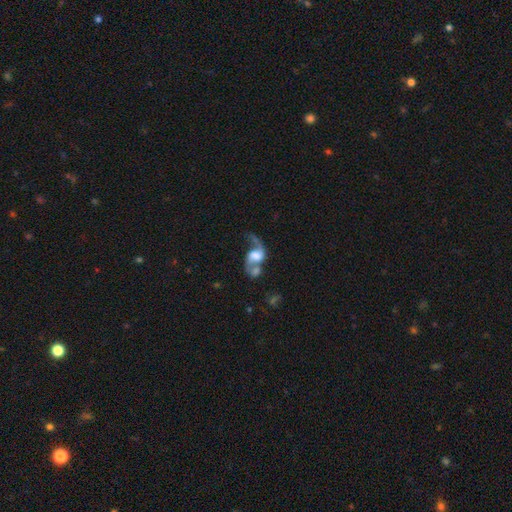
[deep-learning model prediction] smooth-or-featured: featured or disk: 72% | smooth: 20% | star or artifact: 8%
  disk-edge-on: no: 96% | yes: 4%
    bar: no: 50% | weak: 37% | strong: 13%
    has-spiral-arms: yes: 87% | no: 13%
      spiral-winding: loose: 76% | medium: 20% | tight: 4%
      spiral-arm-count: 2: 75% | 1: 18% | can't tell: 4% | 3: 1% | 4: 1% | more than 4: 1%
    bulge-size: large: 36% | moderate: 31% | none: 13% | small: 13% | dominant: 7%
  merging: merger: 43% | none: 25% | major disturbance: 20% | minor disturbance: 12%